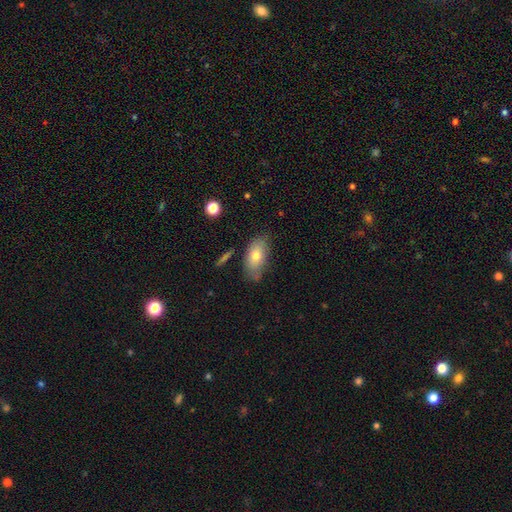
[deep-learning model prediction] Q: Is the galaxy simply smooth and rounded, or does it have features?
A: smooth — 74%.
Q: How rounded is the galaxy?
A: in between — 90%.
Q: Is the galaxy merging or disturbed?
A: none — 69%.